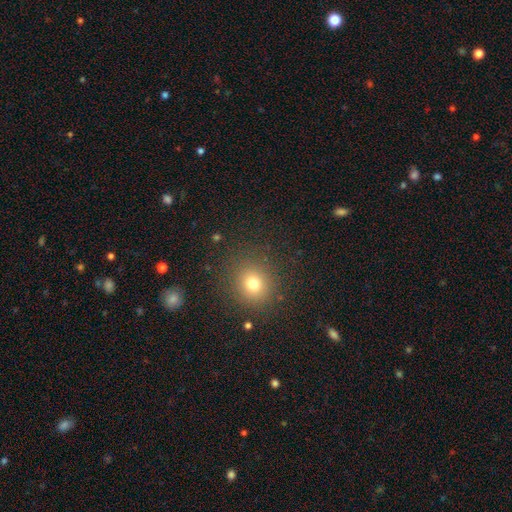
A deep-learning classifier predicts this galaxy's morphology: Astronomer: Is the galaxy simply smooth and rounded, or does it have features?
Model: smooth — 63%.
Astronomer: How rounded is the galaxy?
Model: round — 90%.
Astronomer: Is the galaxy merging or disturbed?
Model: none — 91%.